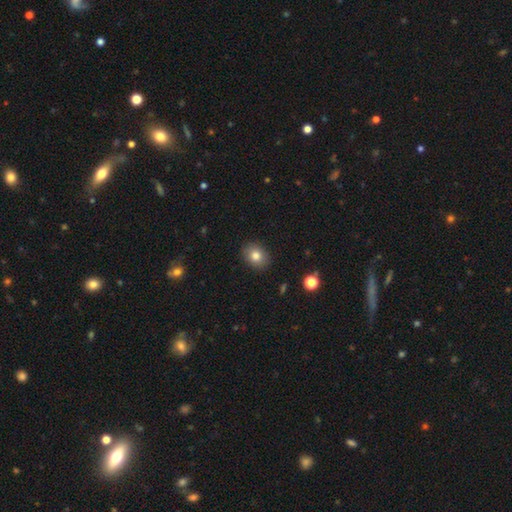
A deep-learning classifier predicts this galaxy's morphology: Smooth or featured? smooth (82%)
How rounded? in between (57%)
Merging? none (88%)